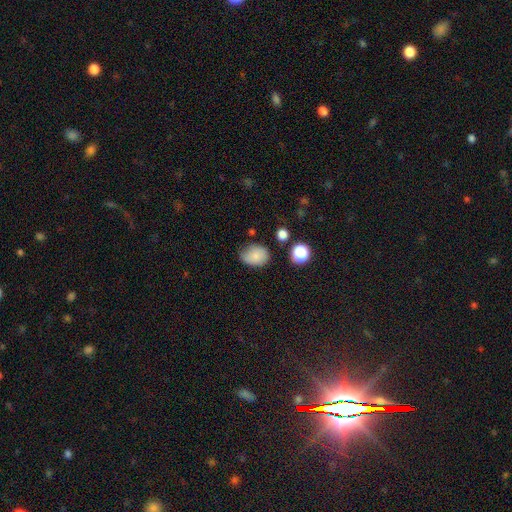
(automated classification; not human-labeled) Q: Smooth or featured?
A: smooth (80%); runner-up: star or artifact (10%)
Q: How rounded?
A: in between (61%); runner-up: round (38%)
Q: Merging?
A: none (59%); runner-up: minor disturbance (31%)